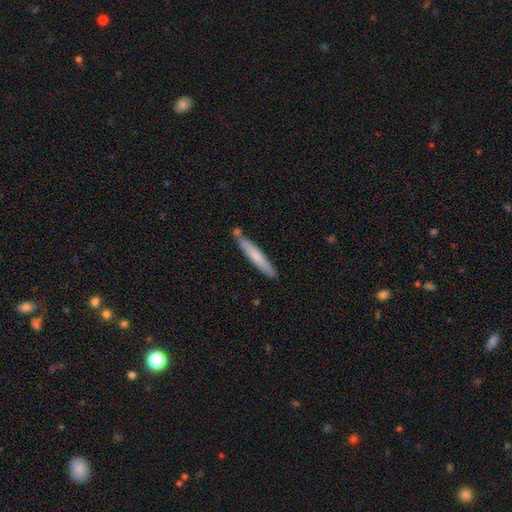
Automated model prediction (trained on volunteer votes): This appears to be a smooth galaxy with no disk features (65%) that is cigar-shaped (95%). Merging: none (78%).